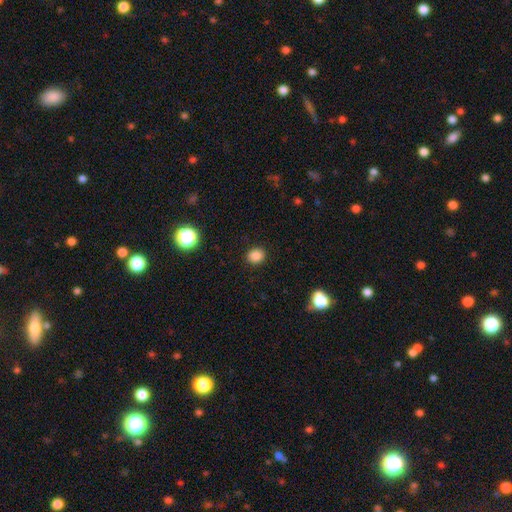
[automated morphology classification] smooth_or_featured: smooth (p=0.85) [alt: star or artifact p=0.12]
how_rounded: round (p=0.72) [alt: in between p=0.28]
merging: none (p=0.90) [alt: minor disturbance p=0.06]